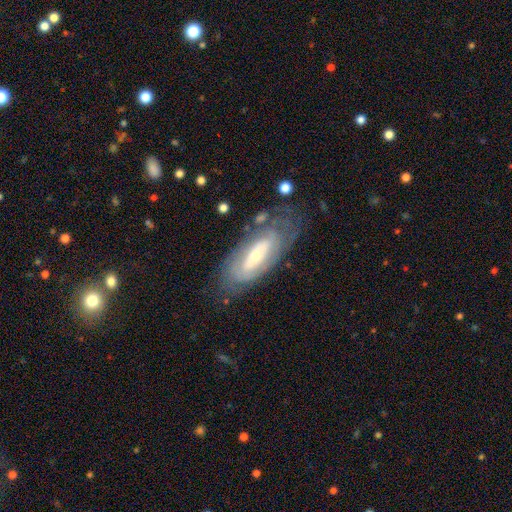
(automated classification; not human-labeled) Morphology: type=featured or disk (67%); edge-on=no (85%); bar=no (53%); spiral arms=yes (65%); bulge=small (56%); merging=none (66%).